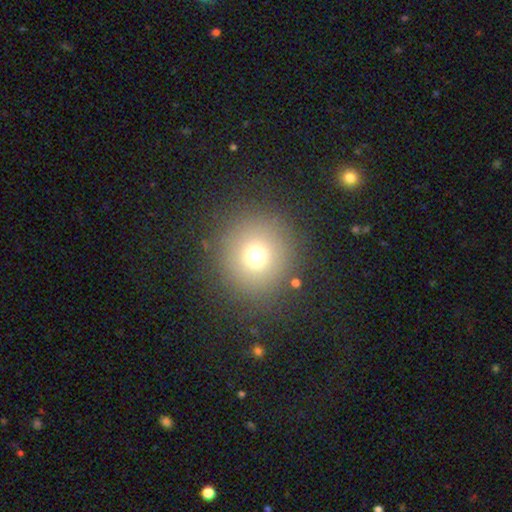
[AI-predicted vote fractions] Smooth or featured: smooth — 71% (star or artifact — 18%)
How rounded: round — 93% (in between — 6%)
Merging: none — 87% (minor disturbance — 7%)